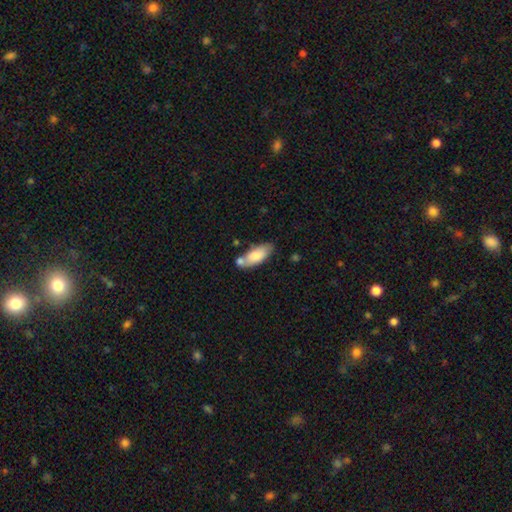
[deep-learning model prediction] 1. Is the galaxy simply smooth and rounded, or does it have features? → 78% smooth, 16% featured or disk, 6% star or artifact.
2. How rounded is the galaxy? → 77% in between, 21% cigar-shaped, 2% round.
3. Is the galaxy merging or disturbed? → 55% none, 22% merger, 19% minor disturbance, 5% major disturbance.